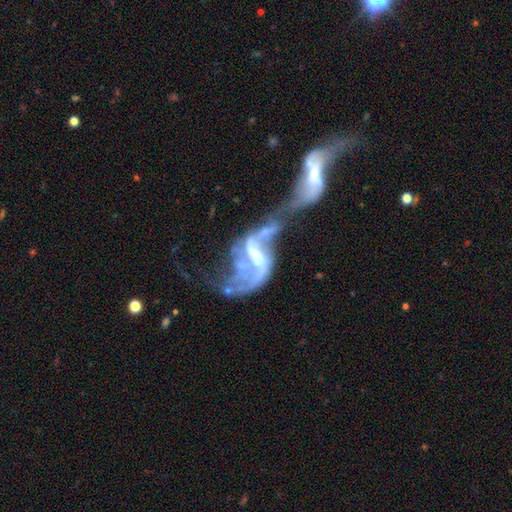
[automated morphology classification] The model was most divided on "bulge size": moderate: 35%, small: 34%, none: 24%, large: 5%, dominant: 2%. Remaining: edge-on disk — no (96%); spiral arms — yes (87%); smooth or featured — featured or disk (85%); spiral arm count — 2 (77%); spiral winding — loose (76%); merging — merger (69%); bar — weak (42%).